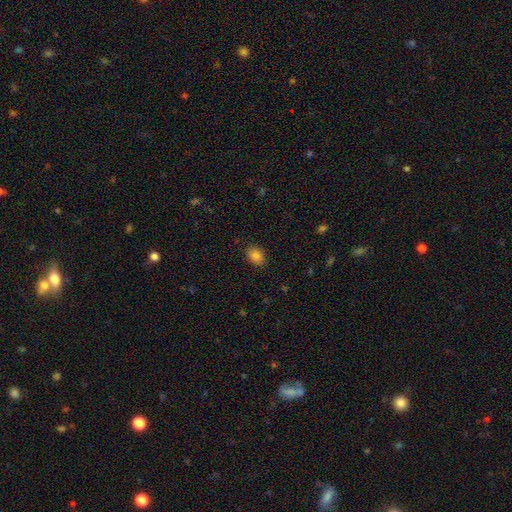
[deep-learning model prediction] A smooth galaxy with no disk features (86%) that is in between round and cigar-shaped (76%). Merging: none (87%).